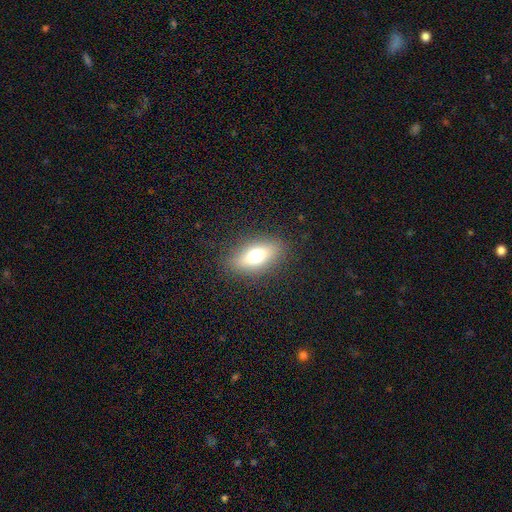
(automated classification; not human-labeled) Morphology: type=smooth (62%); roundness=in between (74%); merging=none (85%).